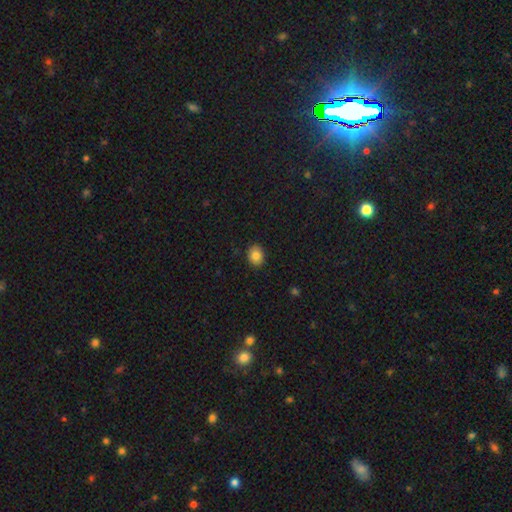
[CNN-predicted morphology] A smooth galaxy with no disk features (85%) that is in between round and cigar-shaped (51%).

Vote fractions:
- Smooth or featured? smooth: 85% / star or artifact: 9% / featured or disk: 6%
- How rounded? in between: 51% / round: 49% / cigar-shaped: 1%
- Merging? none: 89% / minor disturbance: 8% / major disturbance: 2% / merger: 1%